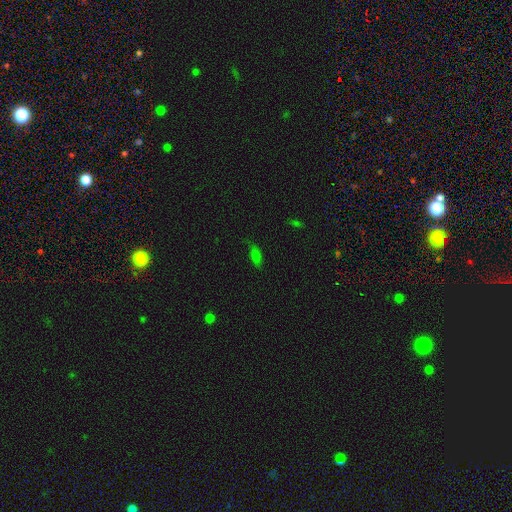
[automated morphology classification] smooth_or_featured: smooth (p=0.66) [alt: star or artifact p=0.19]
how_rounded: in between (p=0.73) [alt: cigar-shaped p=0.21]
merging: none (p=0.69) [alt: minor disturbance p=0.22]